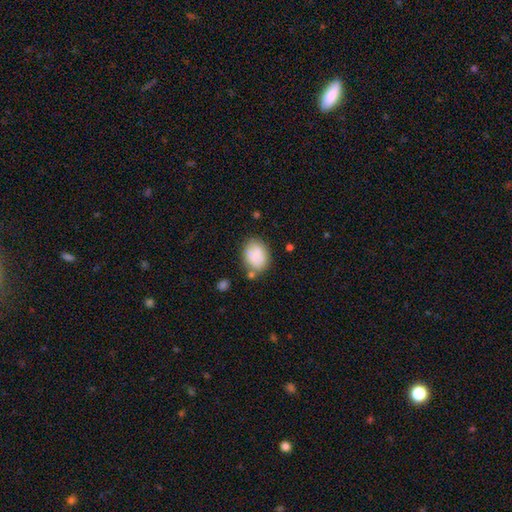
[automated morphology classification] smooth_or_featured: smooth (p=0.78) [alt: featured or disk p=0.13]
how_rounded: in between (p=0.66) [alt: round p=0.33]
merging: none (p=0.61) [alt: minor disturbance p=0.21]